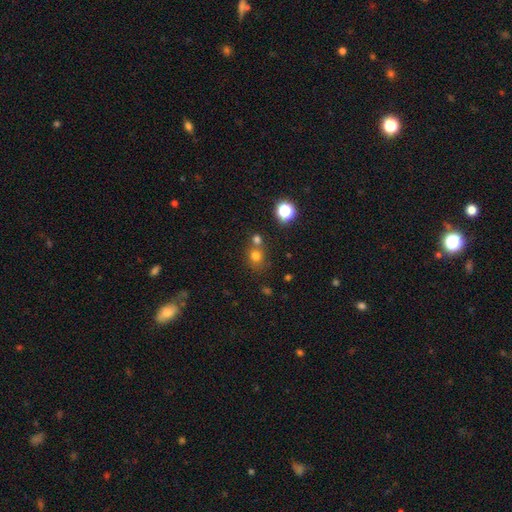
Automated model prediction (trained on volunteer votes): Smooth or featured?
  - smooth: 73% *
  - star or artifact: 19%
  - featured or disk: 8%
How rounded?
  - round: 80% *
  - in between: 19%
  - cigar-shaped: 1%
Merging?
  - none: 56% *
  - merger: 31%
  - minor disturbance: 9%
  - major disturbance: 4%